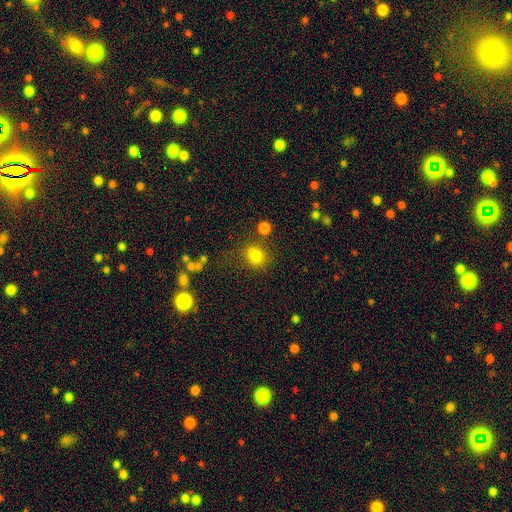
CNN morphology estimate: Smooth or featured? smooth (78%)
How rounded? round (55%)
Merging? none (67%)